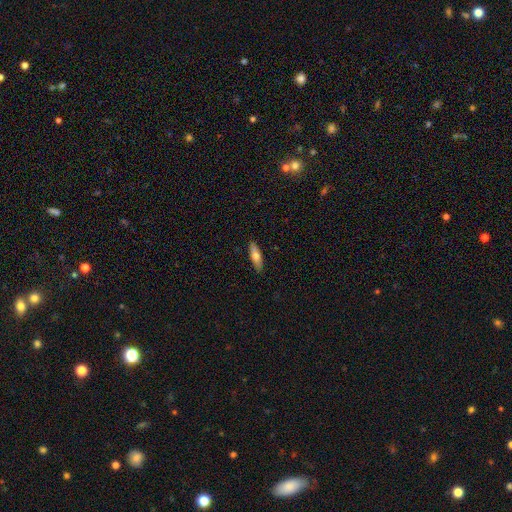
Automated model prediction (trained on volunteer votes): A smooth galaxy with no disk features (67%) that is cigar-shaped (55%).

Vote fractions:
- Smooth or featured? smooth: 67% / featured or disk: 27% / star or artifact: 6%
- How rounded? cigar-shaped: 55% / in between: 42% / round: 2%
- Merging? none: 89% / minor disturbance: 8% / major disturbance: 2% / merger: 1%